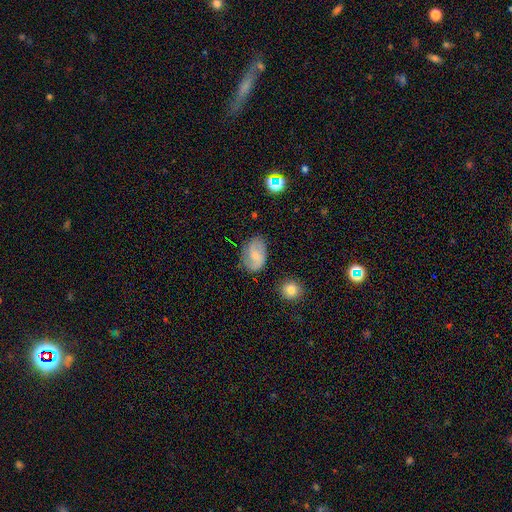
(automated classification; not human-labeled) Overall: smooth (47%; featured or disk 45%). Merging: none (72%).